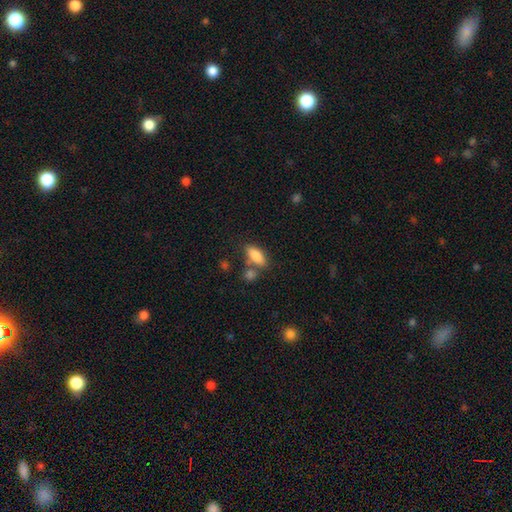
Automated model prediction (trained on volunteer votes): This appears to be a smooth galaxy with no disk features (83%) that is in between round and cigar-shaped (78%). Merging: none (63%).